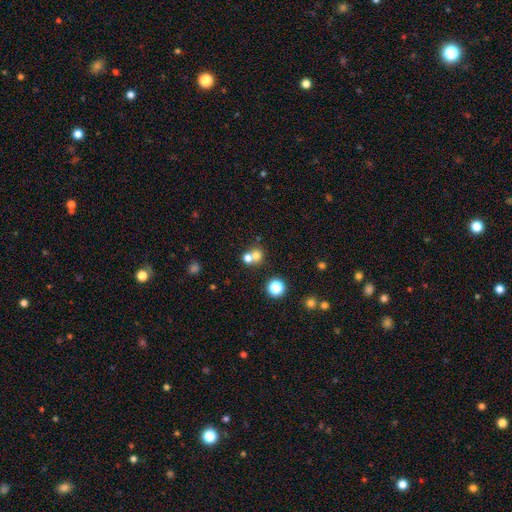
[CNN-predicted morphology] smooth 70%, star or artifact 18%, featured or disk 12%. Down the decision tree: how rounded — round (83%); merging — none (47%).